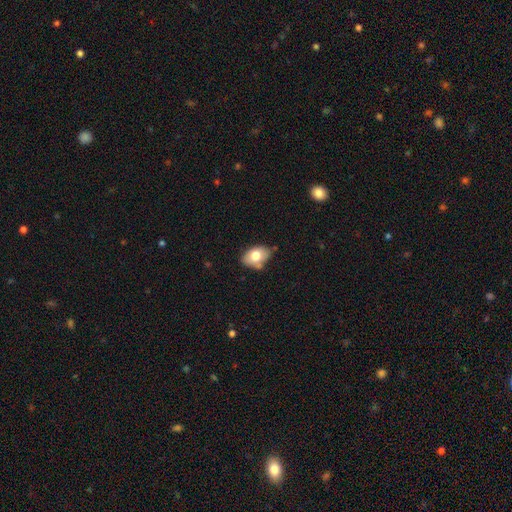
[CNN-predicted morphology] Q: Smooth or featured?
A: smooth (73%); runner-up: featured or disk (19%)
Q: How rounded?
A: in between (82%); runner-up: round (17%)
Q: Merging?
A: none (60%); runner-up: minor disturbance (27%)